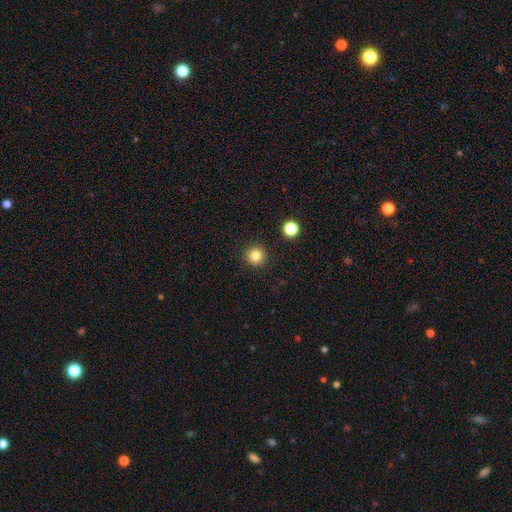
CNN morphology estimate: smooth 83%, star or artifact 11%, featured or disk 5%. Down the decision tree: how rounded — round (95%); merging — none (92%).